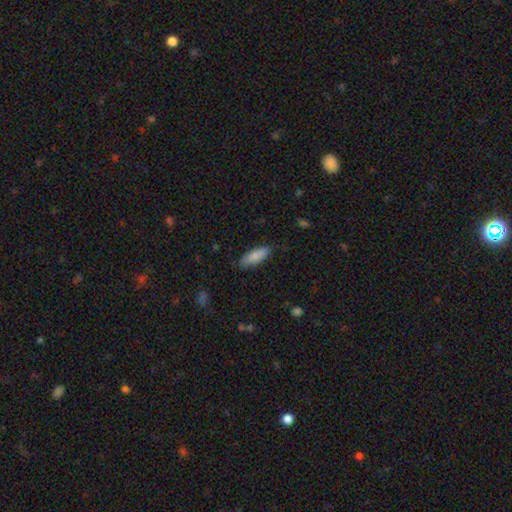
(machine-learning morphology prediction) smooth-or-featured: smooth: 85% | featured or disk: 9% | star or artifact: 6%
  how-rounded: in between: 65% | cigar-shaped: 34% | round: 2%
  merging: none: 81% | minor disturbance: 15% | major disturbance: 3% | merger: 1%